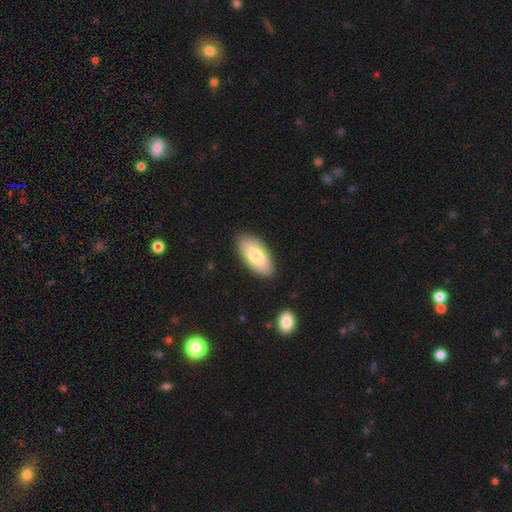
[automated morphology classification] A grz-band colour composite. It shows a smooth galaxy with no disk features (78%) that is in between round and cigar-shaped (91%). Merging: none (87%).